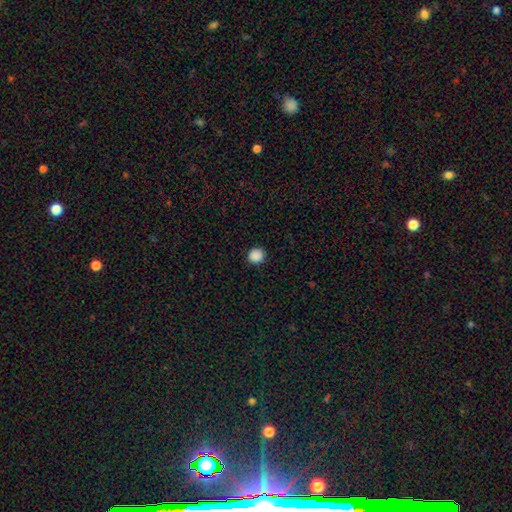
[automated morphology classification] This is clearly a smooth galaxy (88%). How rounded: clearly round (88%). Merging: clearly none (91%).